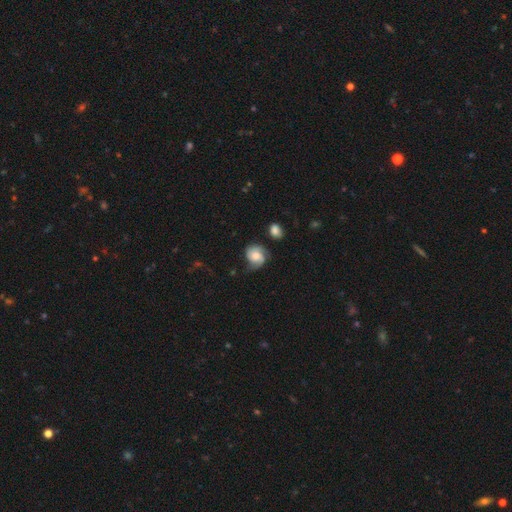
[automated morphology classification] This is possibly a featured or disk galaxy (55%). It is clearly not viewed edge-on (98%). Bar: likely no (70%). Spiral arm pattern: clearly yes (91%). Central bulge: possibly moderate (45%). Merging: possibly none (53%).